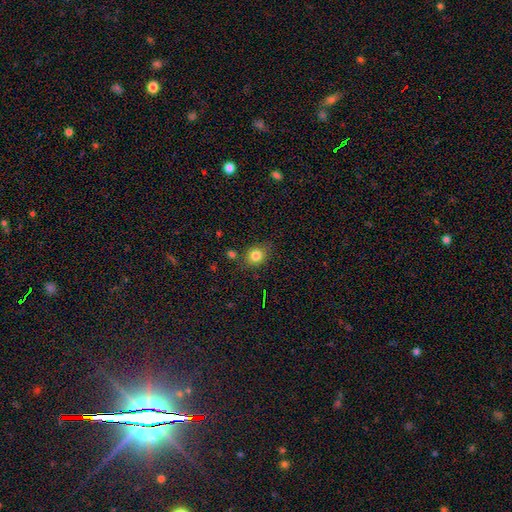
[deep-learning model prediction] Smooth or featured?
  - smooth: 81% *
  - star or artifact: 12%
  - featured or disk: 7%
How rounded?
  - round: 68% *
  - in between: 31%
  - cigar-shaped: 1%
Merging?
  - none: 77% *
  - minor disturbance: 14%
  - merger: 5%
  - major disturbance: 4%